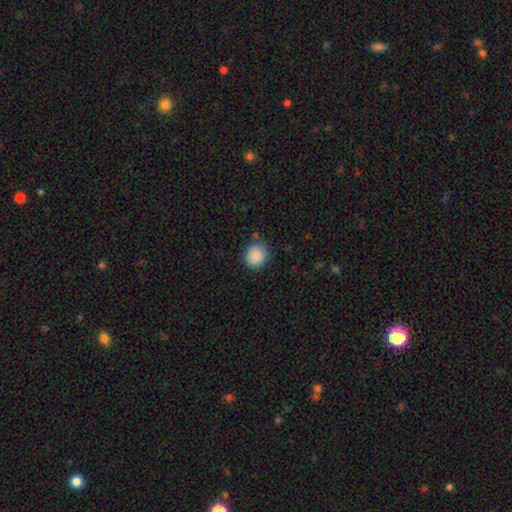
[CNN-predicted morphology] The model was most divided on "how rounded": round: 83%, in between: 16%, cigar-shaped: 1%. More confident: smooth or featured — smooth (88%); merging — none (82%).